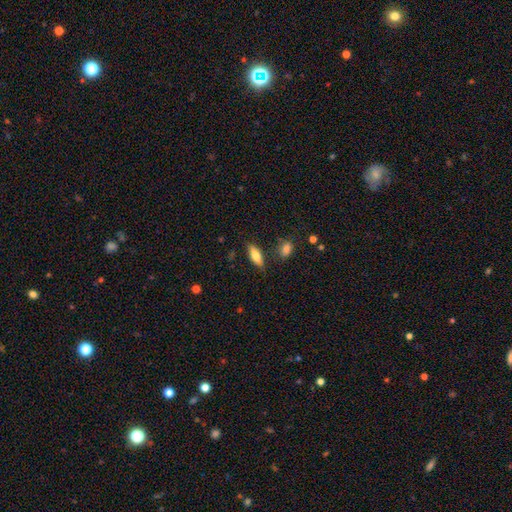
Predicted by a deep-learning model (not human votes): This is likely a smooth galaxy (73%). How rounded: likely in between (72%). Merging: clearly none (81%).